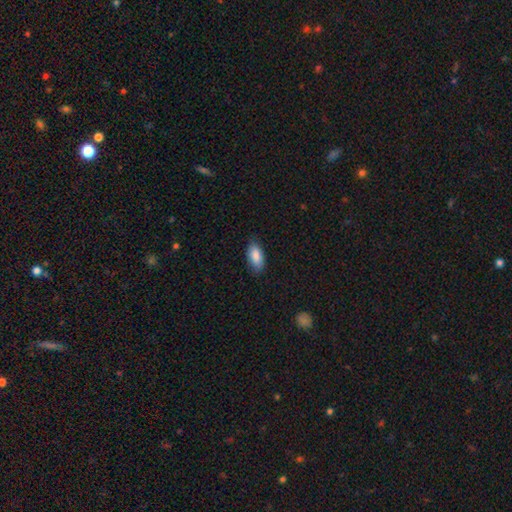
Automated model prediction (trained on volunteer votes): smooth 87%, featured or disk 6%, star or artifact 6%. Down the decision tree: how rounded — in between (90%); merging — none (80%).